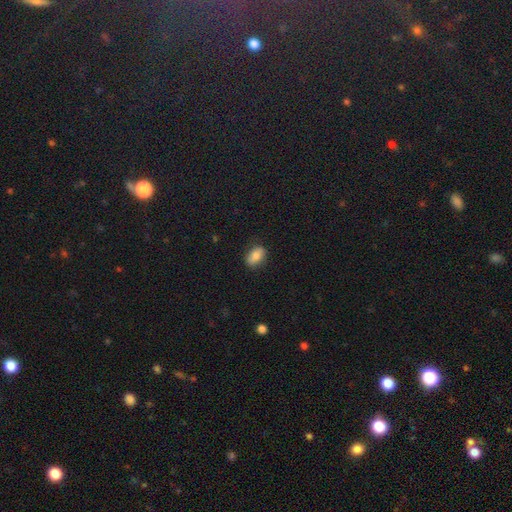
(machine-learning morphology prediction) Q: Smooth or featured?
A: smooth (79%); runner-up: featured or disk (13%)
Q: How rounded?
A: in between (87%); runner-up: round (11%)
Q: Merging?
A: none (83%); runner-up: minor disturbance (13%)